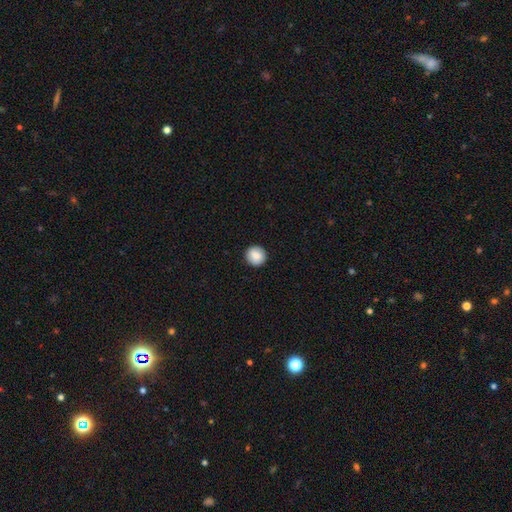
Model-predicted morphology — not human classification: A smooth galaxy with no disk features (86%) that is round (94%).

Vote fractions:
- Smooth or featured? smooth: 86% / star or artifact: 8% / featured or disk: 7%
- How rounded? round: 94% / in between: 5% / cigar-shaped: 1%
- Merging? none: 91% / minor disturbance: 6% / major disturbance: 2% / merger: 1%